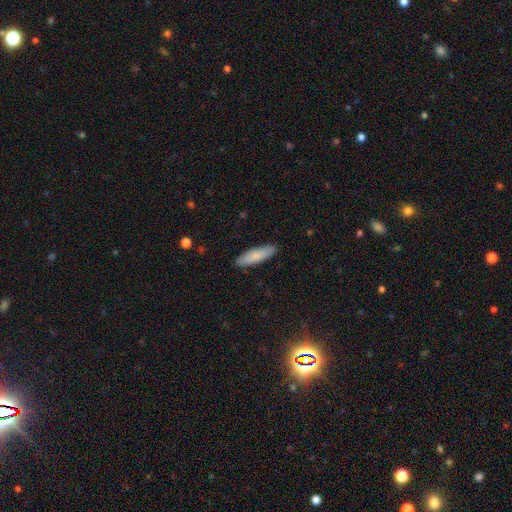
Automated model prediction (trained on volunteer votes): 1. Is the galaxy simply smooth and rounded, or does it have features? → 81% smooth, 13% featured or disk, 6% star or artifact.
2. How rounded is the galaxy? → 63% cigar-shaped, 35% in between, 2% round.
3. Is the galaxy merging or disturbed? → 89% none, 8% minor disturbance, 2% major disturbance, 1% merger.